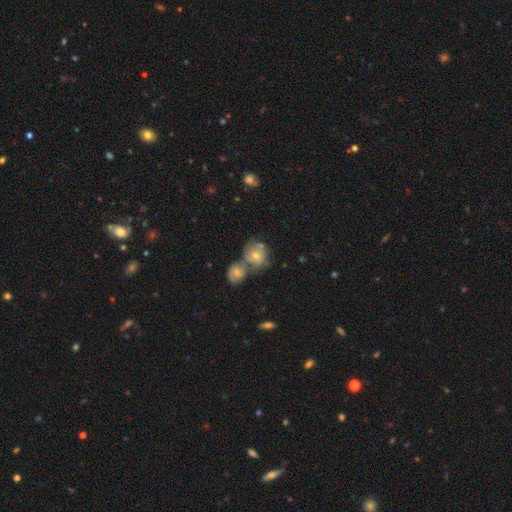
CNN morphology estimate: A smooth galaxy with no disk features (45%).

Vote fractions:
- Smooth or featured? smooth: 45% / featured or disk: 39% / star or artifact: 16%
- Merging? none: 42% (tied) / merger: 42% (tied) / minor disturbance: 11% / major disturbance: 5%